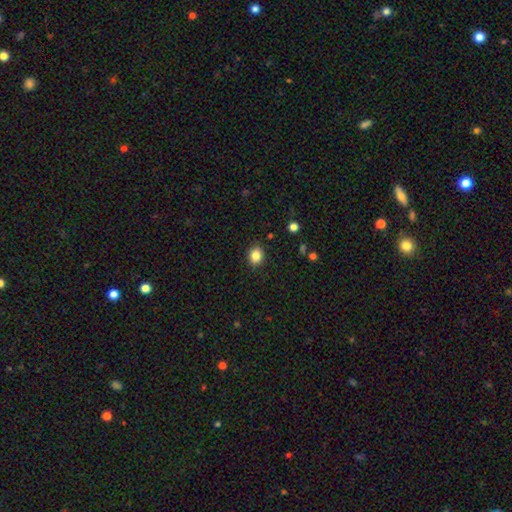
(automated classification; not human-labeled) Smooth or featured? smooth (85%)
How rounded? round (60%)
Merging? none (89%)